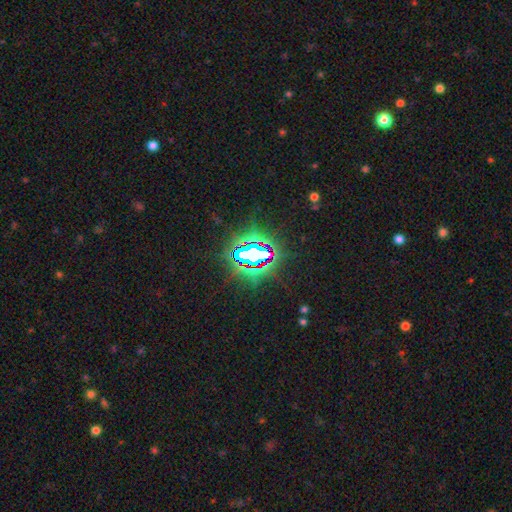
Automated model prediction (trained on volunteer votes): Overall: star or artifact (78%).